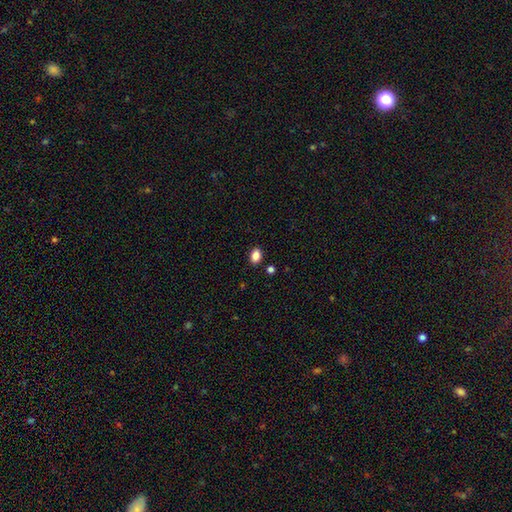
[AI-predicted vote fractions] smooth-or-featured: smooth: 86% | star or artifact: 10% | featured or disk: 4%
  how-rounded: in between: 78% | round: 21% | cigar-shaped: 1%
  merging: none: 88% | minor disturbance: 8% | merger: 2% | major disturbance: 2%